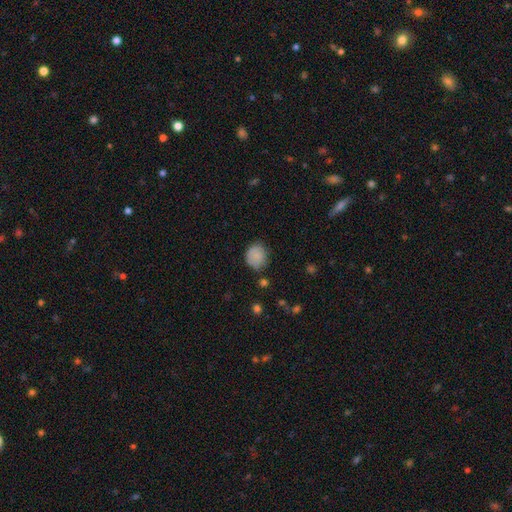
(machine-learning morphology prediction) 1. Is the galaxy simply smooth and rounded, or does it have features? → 86% smooth, 9% star or artifact, 6% featured or disk.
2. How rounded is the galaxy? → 72% round, 27% in between, 1% cigar-shaped.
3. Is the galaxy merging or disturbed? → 76% none, 18% minor disturbance, 4% major disturbance, 2% merger.